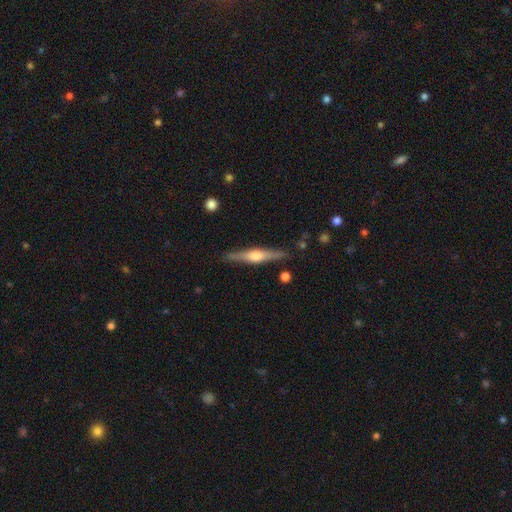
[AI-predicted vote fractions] Smooth or featured?
  - featured or disk: 71% *
  - smooth: 23%
  - star or artifact: 6%
Edge-on disk?
  - yes: 97% *
  - no: 3%
Edge-on bulge?
  - rounded: 87% *
  - boxy: 10%
  - none: 3%
Merging?
  - none: 87% *
  - minor disturbance: 9%
  - major disturbance: 2%
  - merger: 2%